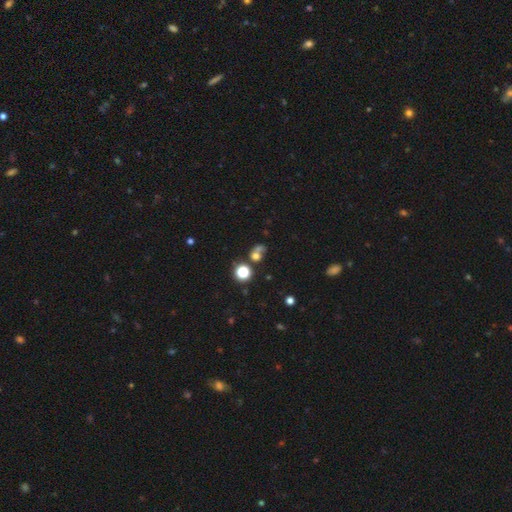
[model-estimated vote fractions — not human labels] smooth_or_featured: smooth (p=0.57) [alt: star or artifact p=0.26]
how_rounded: round (p=0.70) [alt: in between p=0.29]
merging: none (p=0.39) [alt: merger p=0.33]